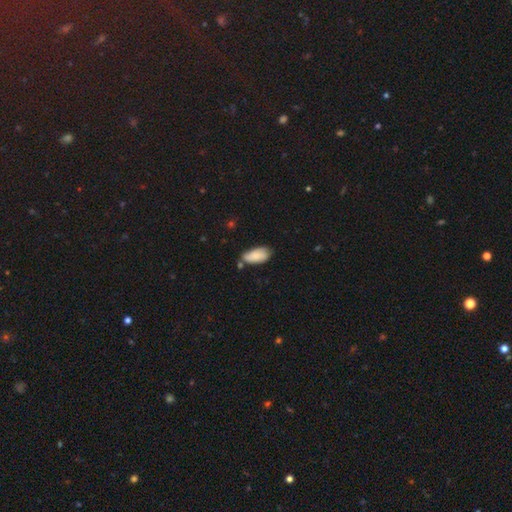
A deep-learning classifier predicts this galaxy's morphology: smooth_or_featured: smooth (p=0.84) [alt: featured or disk p=0.09]
how_rounded: in between (p=0.91) [alt: cigar-shaped p=0.07]
merging: none (p=0.56) [alt: minor disturbance p=0.29]